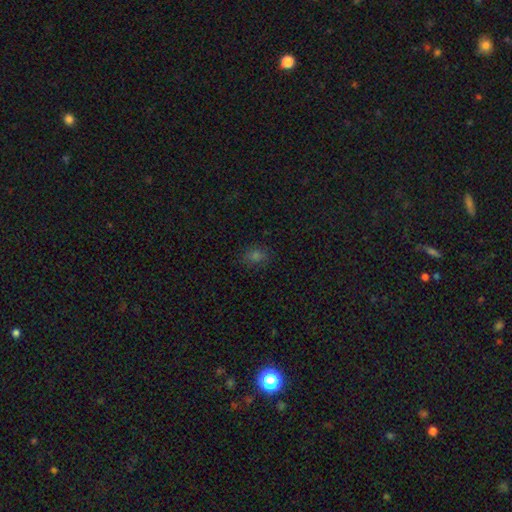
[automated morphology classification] smooth 65%, star or artifact 27%, featured or disk 8%. Down the decision tree: how rounded — in between (49%, tied with round); merging — none (84%).